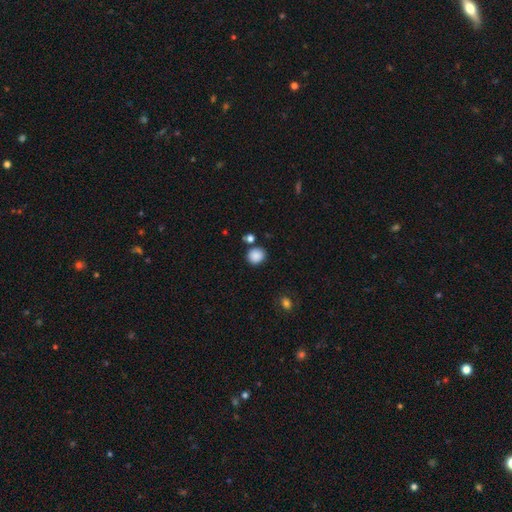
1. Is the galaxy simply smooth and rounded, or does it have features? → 89% smooth, 5% featured or disk, 5% star or artifact.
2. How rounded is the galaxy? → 82% round, 18% in between, 0% cigar-shaped.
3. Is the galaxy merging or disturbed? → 86% none, 6% minor disturbance, 6% merger, 3% major disturbance.